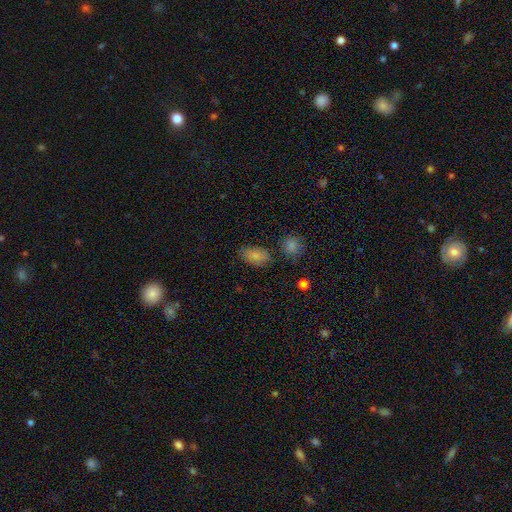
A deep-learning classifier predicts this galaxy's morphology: This is clearly a smooth galaxy (82%). How rounded: clearly in between (89%). Merging: likely none (76%).